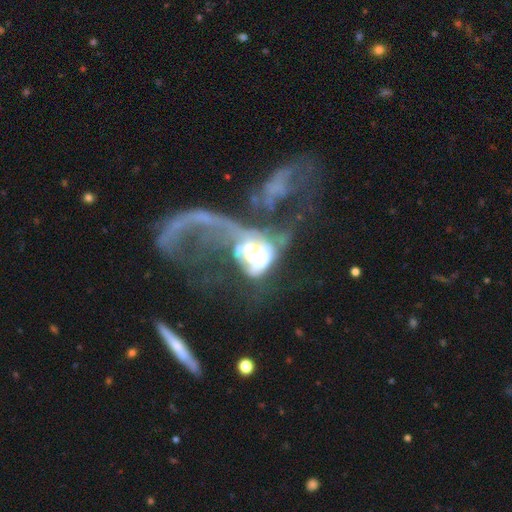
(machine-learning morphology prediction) smooth-or-featured: featured or disk: 63% | smooth: 24% | star or artifact: 13%
  disk-edge-on: no: 95% | yes: 5%
    bar: no: 64% | weak: 19% | strong: 16%
    has-spiral-arms: no: 66% | yes: 34%
    bulge-size: moderate: 38% | large: 27% | small: 14% | none: 11% | dominant: 10%
  merging: major disturbance: 46% | merger: 43% | none: 6% | minor disturbance: 5%